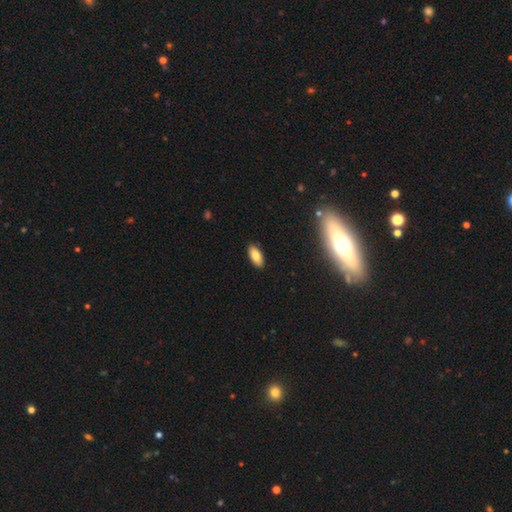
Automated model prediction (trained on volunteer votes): This appears to be a smooth galaxy with no disk features (84%) that is in between round and cigar-shaped (88%). Merging: none (89%).